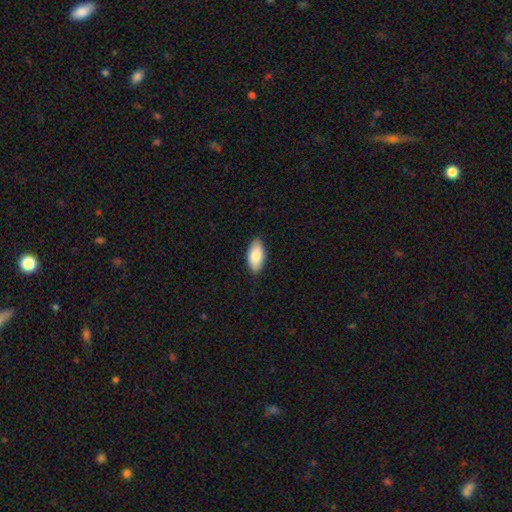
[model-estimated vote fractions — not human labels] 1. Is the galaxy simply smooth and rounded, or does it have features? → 84% smooth, 10% featured or disk, 6% star or artifact.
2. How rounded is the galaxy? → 92% in between, 6% cigar-shaped, 2% round.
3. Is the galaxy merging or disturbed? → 86% none, 11% minor disturbance, 2% major disturbance, 1% merger.